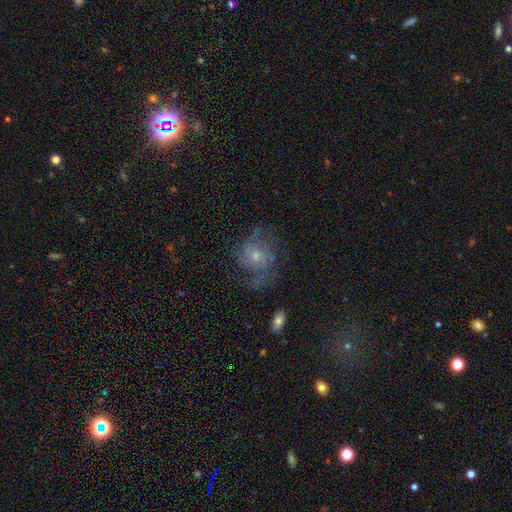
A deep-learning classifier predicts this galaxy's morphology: The model was most divided on "spiral arm count": 2: 34%, can't tell: 28%, 3: 20%, 4: 6%, 1: 6%, more than 4: 5%. Remaining: edge-on disk — no (97%); spiral arms — yes (91%); bar — no (76%); smooth or featured — featured or disk (72%); merging — none (65%); bulge size — small (51%); spiral winding — medium (45%).